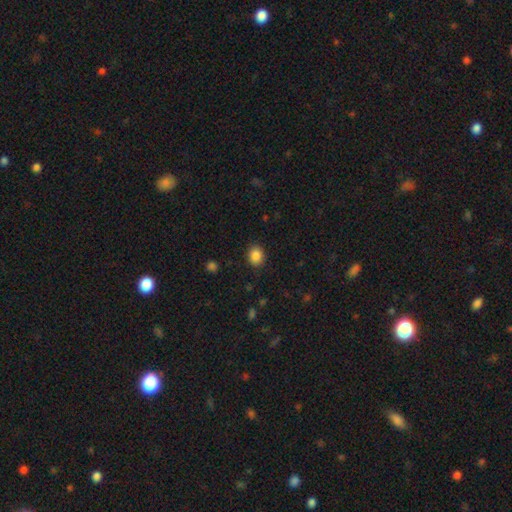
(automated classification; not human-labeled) A smooth galaxy with no disk features (87%) that is round (55%). Merging: none (88%).